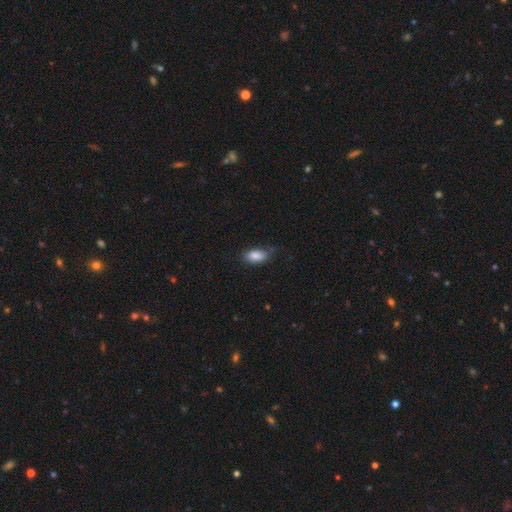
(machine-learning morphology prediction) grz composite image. It shows a smooth galaxy with no disk features (85%) that is in between round and cigar-shaped (91%). Merging: none (71%).